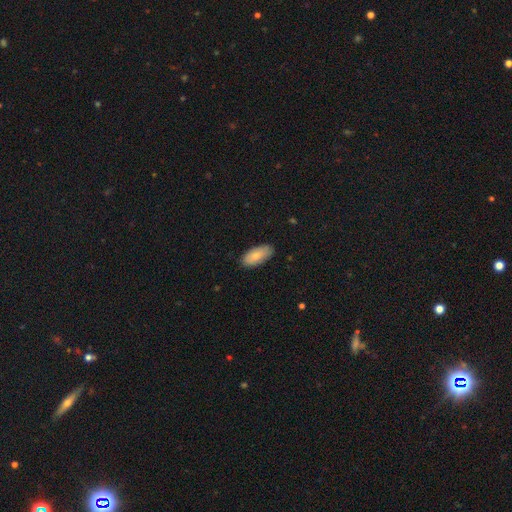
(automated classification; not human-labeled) Smooth or featured?
  - smooth: 79% *
  - featured or disk: 15%
  - star or artifact: 6%
How rounded?
  - in between: 91% *
  - cigar-shaped: 7%
  - round: 2%
Merging?
  - none: 83% *
  - minor disturbance: 14%
  - major disturbance: 2%
  - merger: 1%